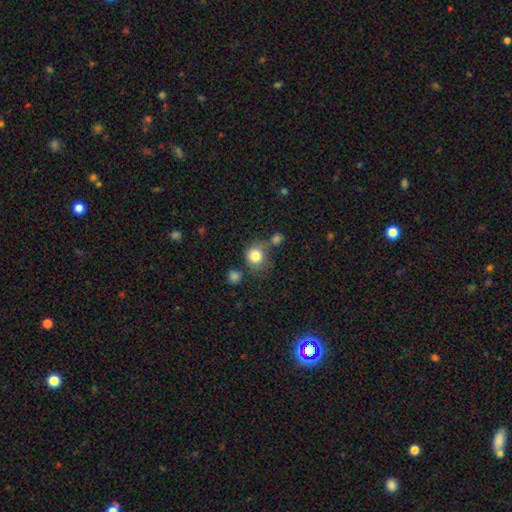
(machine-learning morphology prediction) Smooth or featured? Predicted: smooth (p=0.82). How rounded? Predicted: round (p=0.85). Merging? Predicted: none (p=0.64).